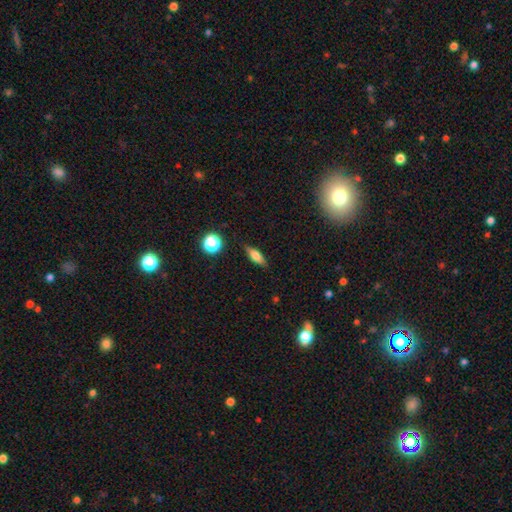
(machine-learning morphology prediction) A smooth galaxy with no disk features (64%) that is in between round and cigar-shaped (56%).

Vote fractions:
- Smooth or featured? smooth: 64% / featured or disk: 27% / star or artifact: 10%
- How rounded? in between: 56% / cigar-shaped: 38% / round: 6%
- Merging? none: 85% / minor disturbance: 10% / major disturbance: 2% / merger: 2%